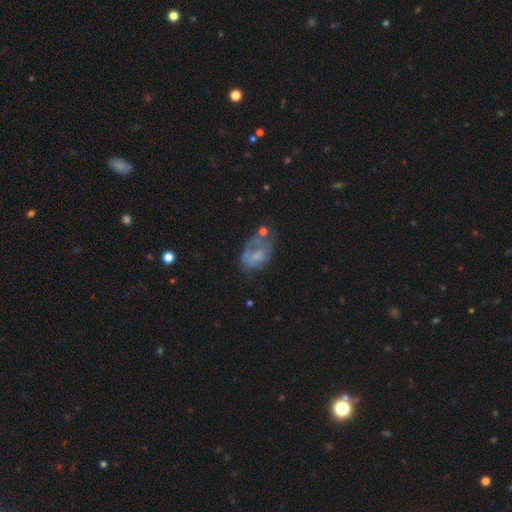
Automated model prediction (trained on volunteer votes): Smooth or featured: featured or disk — 46% (smooth — 42%)
Merging: major disturbance — 32% (none — 31%)